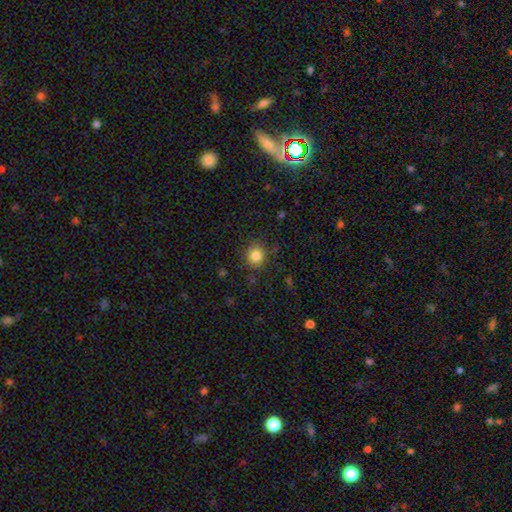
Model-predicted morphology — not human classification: This is clearly a smooth galaxy (83%). How rounded: clearly round (83%). Merging: clearly none (84%).